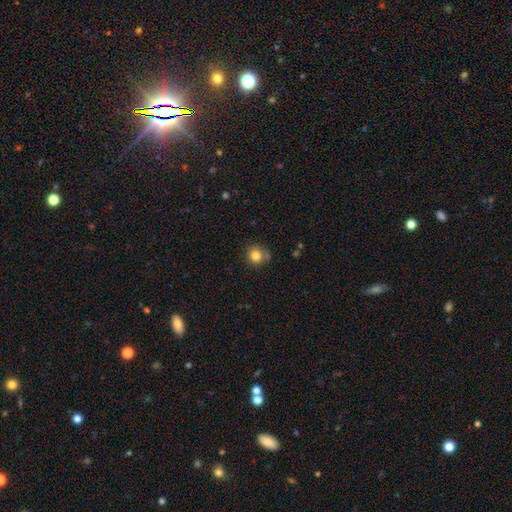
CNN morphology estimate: A smooth galaxy with no disk features (82%) that is round (89%).

Vote fractions:
- Smooth or featured? smooth: 82% / star or artifact: 11% / featured or disk: 7%
- How rounded? round: 89% / in between: 10% / cigar-shaped: 1%
- Merging? none: 75% / minor disturbance: 16% / merger: 5% / major disturbance: 4%